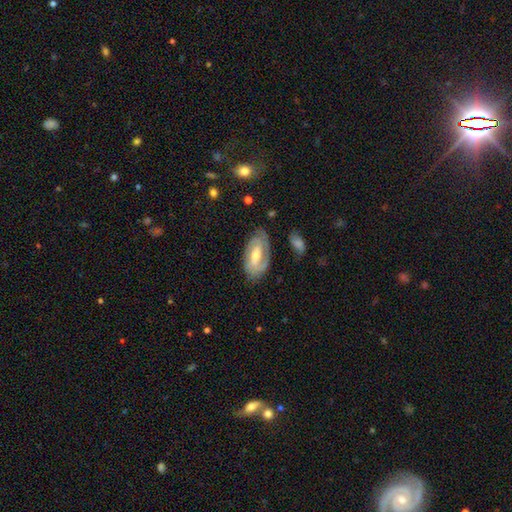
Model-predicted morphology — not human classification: This appears to be a featured or disk galaxy (79%) with a weak bar (45%), 2 (69%) tight (57%) spiral arms (92%) and a moderate central bulge (58%). Merging: none (75%).